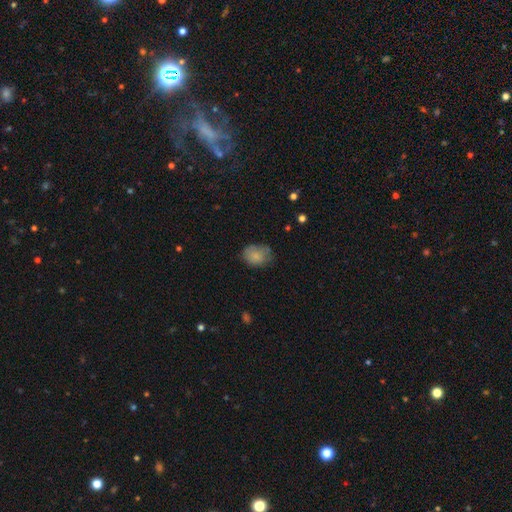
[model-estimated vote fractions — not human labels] Smooth or featured? Predicted: smooth (p=0.82). How rounded? Predicted: in between (p=0.63). Merging? Predicted: none (p=0.63).